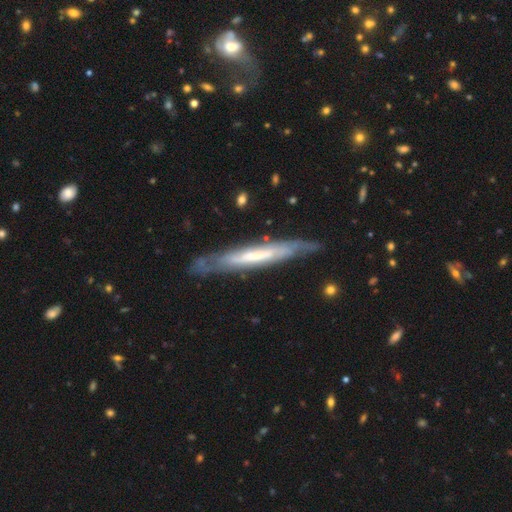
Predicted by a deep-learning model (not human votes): A featured or disk galaxy (67%) viewed edge-on (73%).

Vote fractions:
- Smooth or featured? featured or disk: 67% / smooth: 28% / star or artifact: 6%
- Edge-on disk? yes: 73% / no: 27%
- Merging? none: 73% / minor disturbance: 19% / major disturbance: 6% / merger: 2%